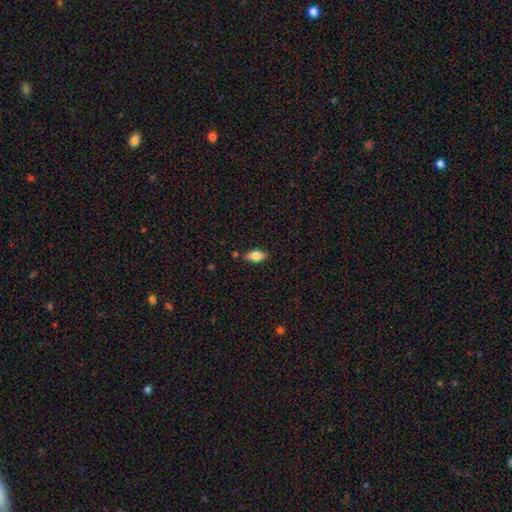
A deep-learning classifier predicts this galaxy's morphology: Smooth or featured?
  - smooth: 76% *
  - featured or disk: 17%
  - star or artifact: 7%
How rounded?
  - in between: 87% *
  - cigar-shaped: 10%
  - round: 4%
Merging?
  - none: 83% *
  - minor disturbance: 12%
  - merger: 3%
  - major disturbance: 2%